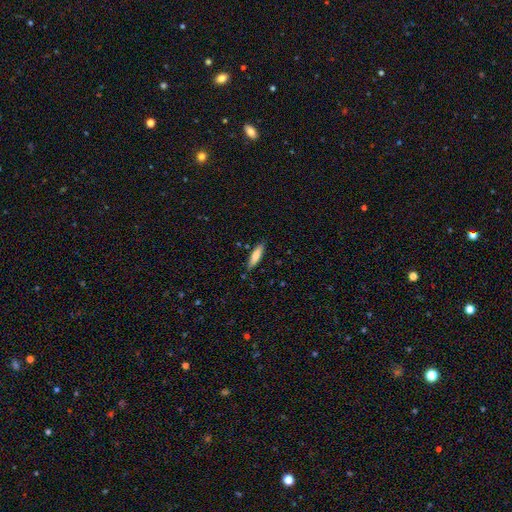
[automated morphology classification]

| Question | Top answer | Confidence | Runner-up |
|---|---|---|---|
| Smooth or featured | smooth | 74% | featured or disk (20%) |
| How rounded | cigar-shaped | 70% | in between (29%) |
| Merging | none | 84% | minor disturbance (12%) |